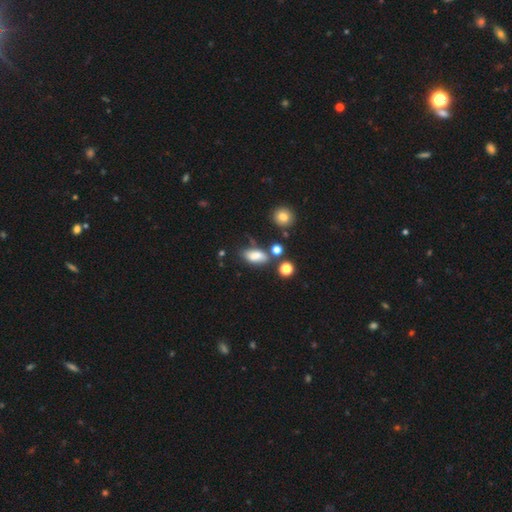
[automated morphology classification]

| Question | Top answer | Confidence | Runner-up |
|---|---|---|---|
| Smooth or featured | smooth | 75% | featured or disk (13%) |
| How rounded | in between | 84% | cigar-shaped (10%) |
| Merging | none | 54% | minor disturbance (24%) |